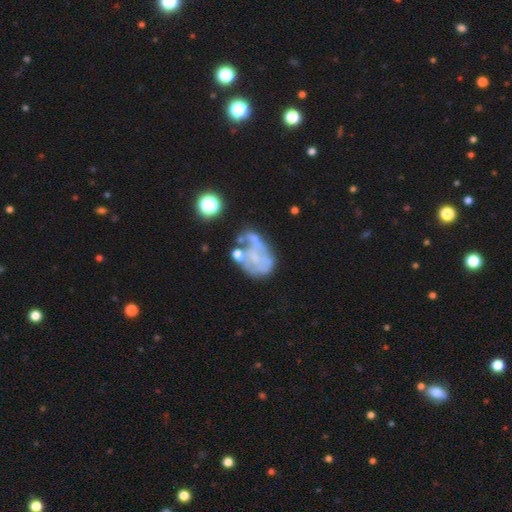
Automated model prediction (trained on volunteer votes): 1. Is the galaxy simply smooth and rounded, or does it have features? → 67% featured or disk, 20% smooth, 13% star or artifact.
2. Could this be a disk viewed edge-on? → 98% no, 2% yes.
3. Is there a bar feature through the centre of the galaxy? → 80% no, 15% weak, 5% strong.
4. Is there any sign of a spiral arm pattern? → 63% no, 37% yes.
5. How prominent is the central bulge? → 61% none, 24% small, 12% moderate, 2% large, 1% dominant.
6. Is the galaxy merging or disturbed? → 32% major disturbance, 31% none, 23% minor disturbance, 15% merger.